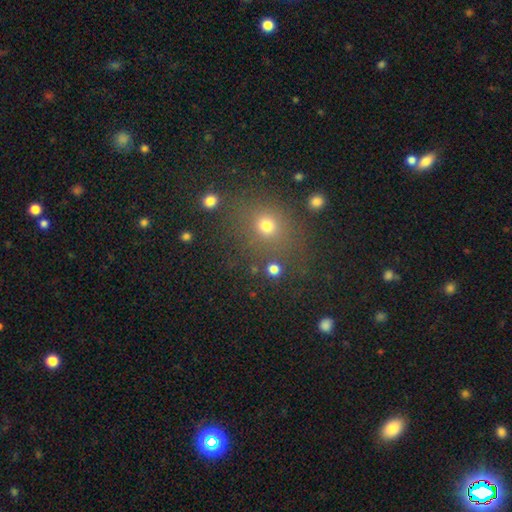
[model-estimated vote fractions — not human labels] Morphology: type=smooth (54%); roundness=round (78%); merging=none (83%).